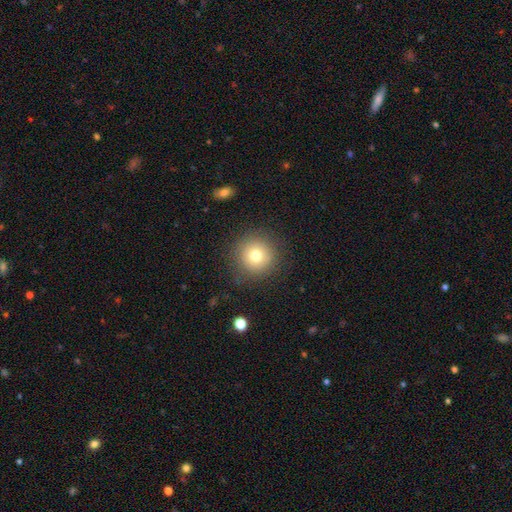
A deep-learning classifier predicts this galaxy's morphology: Smooth or featured?
  - smooth: 75% *
  - featured or disk: 13%
  - star or artifact: 12%
How rounded?
  - round: 94% *
  - in between: 5%
  - cigar-shaped: 1%
Merging?
  - none: 86% *
  - minor disturbance: 9%
  - major disturbance: 4%
  - merger: 1%